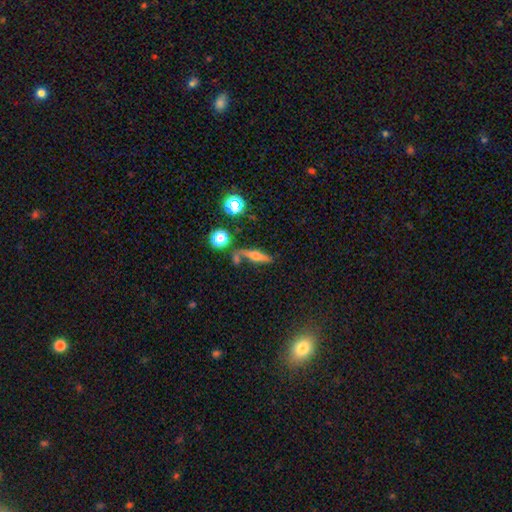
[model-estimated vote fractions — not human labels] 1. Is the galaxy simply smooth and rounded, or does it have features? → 47% featured or disk, 42% smooth, 11% star or artifact.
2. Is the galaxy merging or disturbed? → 63% none, 16% merger, 14% minor disturbance, 7% major disturbance.